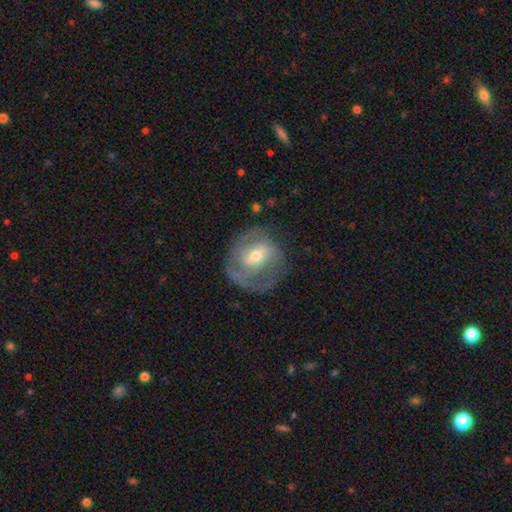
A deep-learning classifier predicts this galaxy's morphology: type=featured or disk (67%); edge-on=no (96%); bar=weak (45%); spiral arms=yes (70%); bulge=moderate (56%); merging=none (56%).